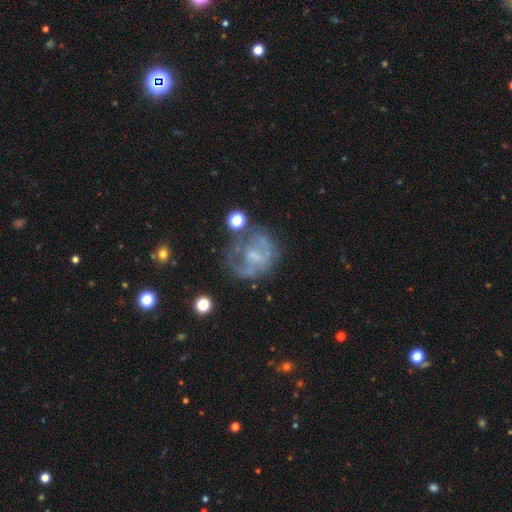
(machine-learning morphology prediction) Overall: featured or disk (59%; smooth 27%). Edge-on disk: no (98%). Bar: no (63%; weak 30%). Spiral arms: no (59%; yes 41%). Bulge size: none (41%; small 37%). Merging: none (43%; major disturbance 29%).